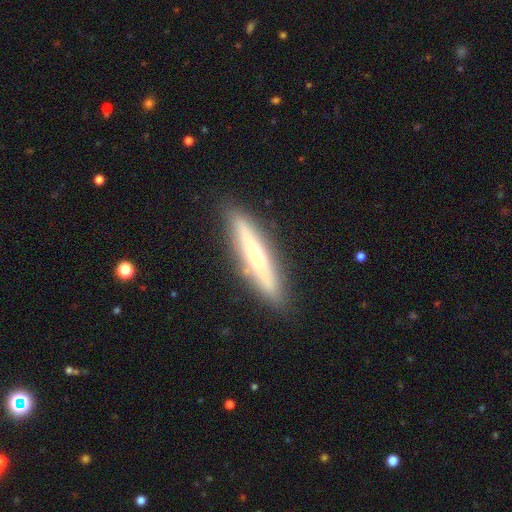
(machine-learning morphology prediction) smooth_or_featured: featured or disk (p=0.47) [alt: smooth p=0.46]
merging: none (p=0.87) [alt: minor disturbance p=0.09]